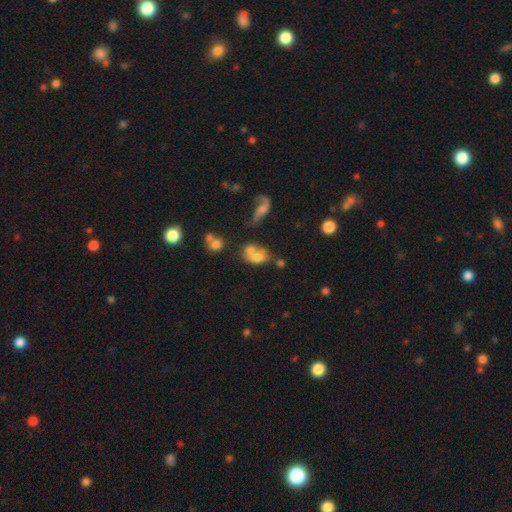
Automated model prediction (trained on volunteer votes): A smooth galaxy with no disk features (62%) that is in between round and cigar-shaped (78%).

Vote fractions:
- Smooth or featured? smooth: 62% / featured or disk: 24% / star or artifact: 14%
- How rounded? in between: 78% / round: 19% / cigar-shaped: 3%
- Merging? merger: 51% / none: 24% / minor disturbance: 13% / major disturbance: 12%